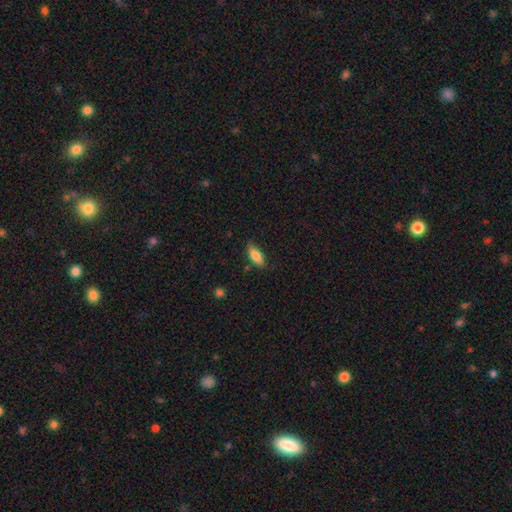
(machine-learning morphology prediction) Smooth or featured?
  - smooth: 82% *
  - featured or disk: 11%
  - star or artifact: 7%
How rounded?
  - in between: 78% *
  - cigar-shaped: 19%
  - round: 2%
Merging?
  - none: 71% *
  - minor disturbance: 22%
  - major disturbance: 4%
  - merger: 2%